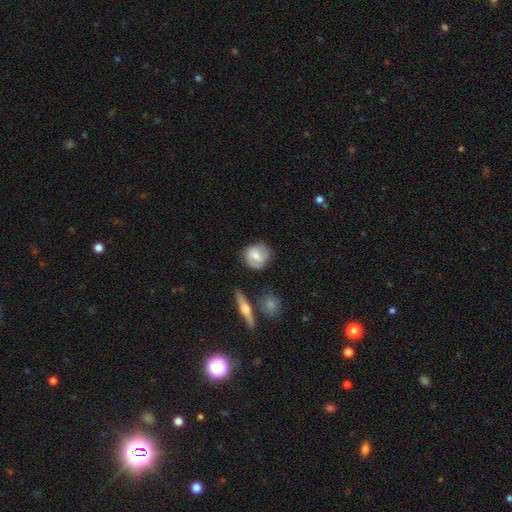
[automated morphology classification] Smooth or featured?
  - smooth: 49% *
  - featured or disk: 44%
  - star or artifact: 7%
Merging?
  - none: 74% *
  - minor disturbance: 18%
  - major disturbance: 5%
  - merger: 3%